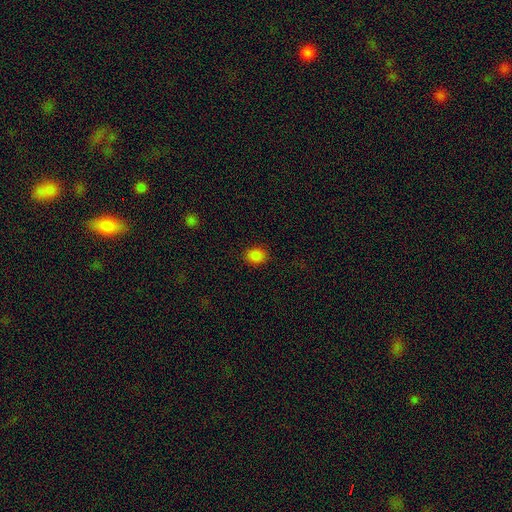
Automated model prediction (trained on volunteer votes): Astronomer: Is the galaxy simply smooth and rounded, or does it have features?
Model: smooth — 85%.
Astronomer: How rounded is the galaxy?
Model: in between — 53% (runner-up: round, 46%).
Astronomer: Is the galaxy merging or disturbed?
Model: none — 88%.